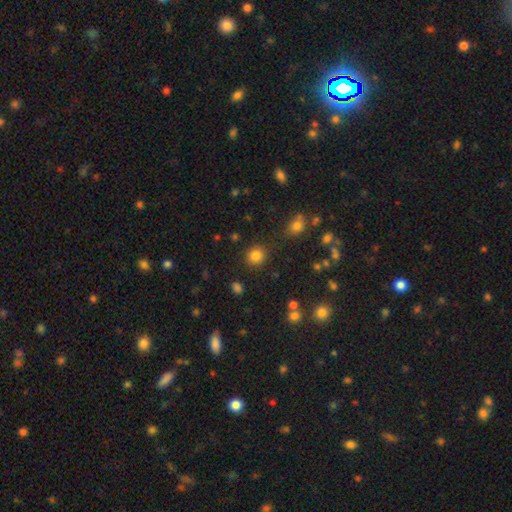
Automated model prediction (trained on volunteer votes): Overall: smooth (83%). How rounded: round (87%). Merging: none (86%).